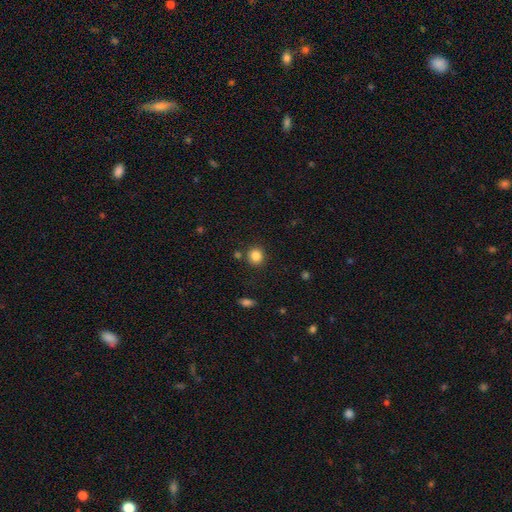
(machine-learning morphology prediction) Smooth or featured? smooth (85%)
How rounded? round (89%)
Merging? none (84%)